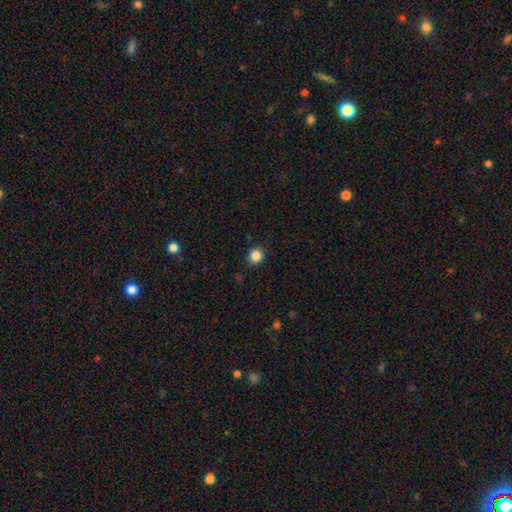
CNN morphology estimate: A smooth galaxy with no disk features (86%) that is round (90%).

Vote fractions:
- Smooth or featured? smooth: 86% / star or artifact: 11% / featured or disk: 3%
- How rounded? round: 90% / in between: 9% / cigar-shaped: 1%
- Merging? none: 90% / minor disturbance: 7% / major disturbance: 2% / merger: 1%